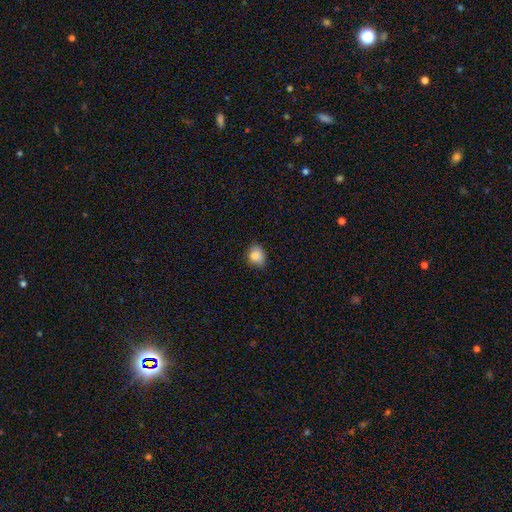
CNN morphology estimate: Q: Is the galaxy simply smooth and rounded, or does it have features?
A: smooth — 85%.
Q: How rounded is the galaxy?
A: round — 58%.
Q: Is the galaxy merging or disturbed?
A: none — 77%.